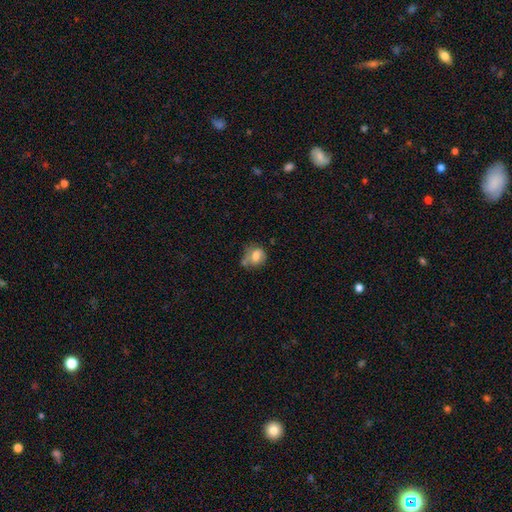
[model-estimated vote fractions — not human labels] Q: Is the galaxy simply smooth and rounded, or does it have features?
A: smooth — 70%.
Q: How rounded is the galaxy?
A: round — 55%.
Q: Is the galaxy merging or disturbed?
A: none — 37%.